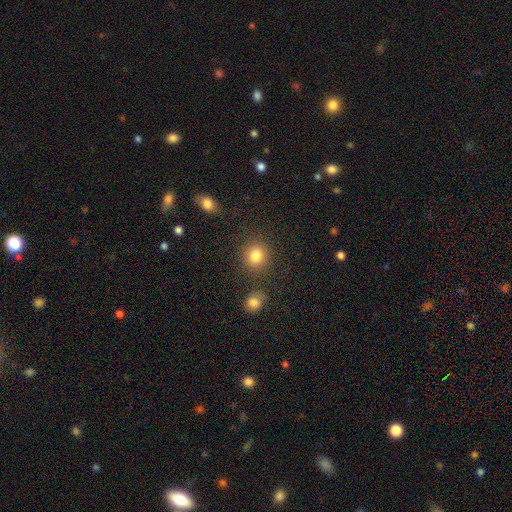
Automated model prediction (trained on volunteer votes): smooth_or_featured: smooth (p=0.83) [alt: star or artifact p=0.11]
how_rounded: round (p=0.84) [alt: in between p=0.15]
merging: none (p=0.82) [alt: minor disturbance p=0.09]